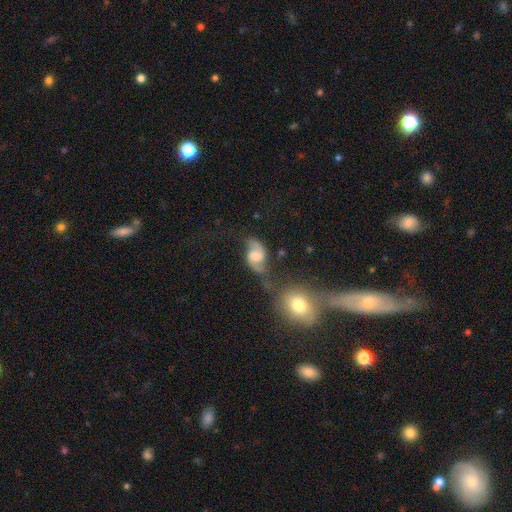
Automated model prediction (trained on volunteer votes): smooth-or-featured: featured or disk: 72% | smooth: 19% | star or artifact: 8%
  disk-edge-on: no: 97% | yes: 3%
    bar: weak: 47% | no: 41% | strong: 13%
    has-spiral-arms: yes: 92% | no: 8%
      spiral-winding: loose: 55% | medium: 36% | tight: 9%
      spiral-arm-count: 2: 92% | can't tell: 3% | 1: 2% | 3: 1% | 4: 1% | more than 4: 1%
    bulge-size: moderate: 45% | large: 21% | small: 19% | none: 11% | dominant: 3%
  merging: none: 51% | minor disturbance: 21% | merger: 15% | major disturbance: 13%